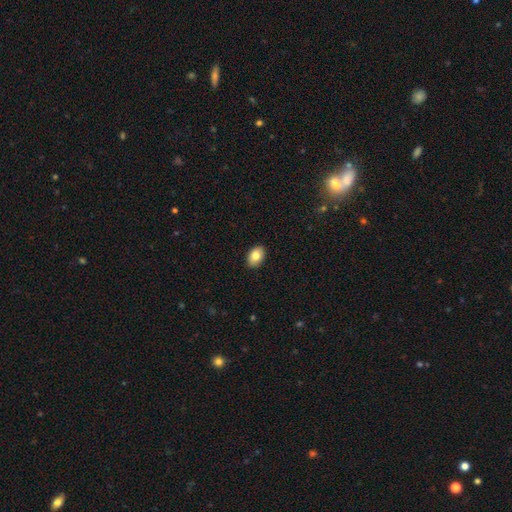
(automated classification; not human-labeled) smooth-or-featured: smooth: 82% | featured or disk: 10% | star or artifact: 7%
  how-rounded: in between: 85% | round: 13% | cigar-shaped: 1%
  merging: none: 90% | minor disturbance: 8% | major disturbance: 2% | merger: 1%